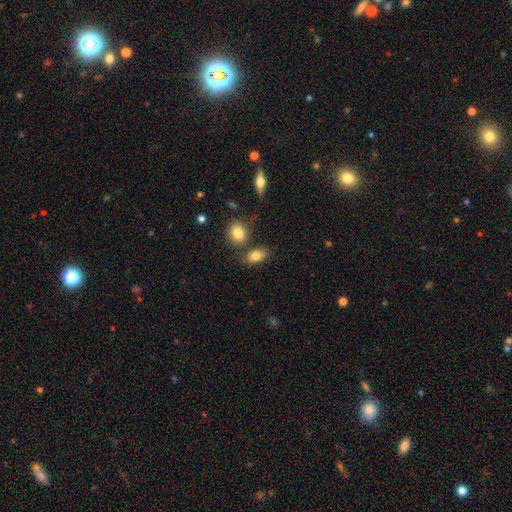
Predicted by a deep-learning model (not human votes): Q: Smooth or featured?
A: smooth (81%); runner-up: featured or disk (10%)
Q: How rounded?
A: in between (82%); runner-up: round (15%)
Q: Merging?
A: none (69%); runner-up: merger (16%)